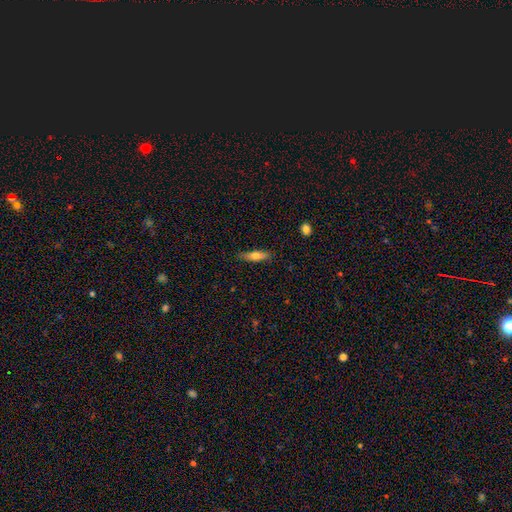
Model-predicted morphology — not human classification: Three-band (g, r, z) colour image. It shows a smooth galaxy with no disk features (61%) that is cigar-shaped (68%). Merging: none (85%).